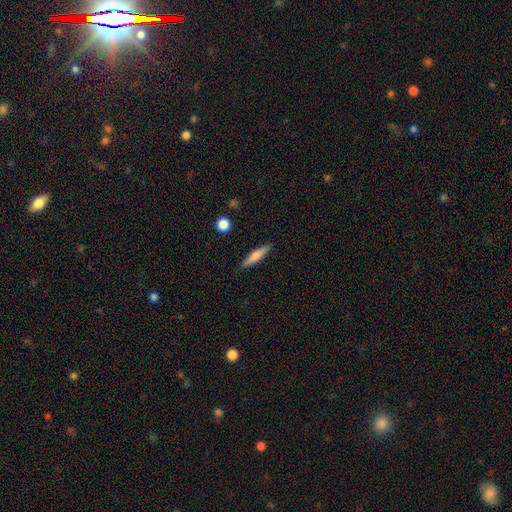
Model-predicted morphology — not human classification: Smooth or featured? Predicted: smooth (p=0.61). How rounded? Predicted: cigar-shaped (p=0.83). Merging? Predicted: none (p=0.88).